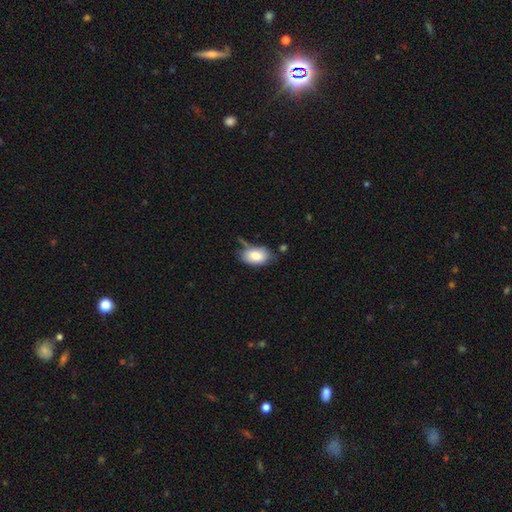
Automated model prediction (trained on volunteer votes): smooth_or_featured: smooth (p=0.82) [alt: featured or disk p=0.11]
how_rounded: in between (p=0.90) [alt: round p=0.08]
merging: none (p=0.58) [alt: minor disturbance p=0.27]